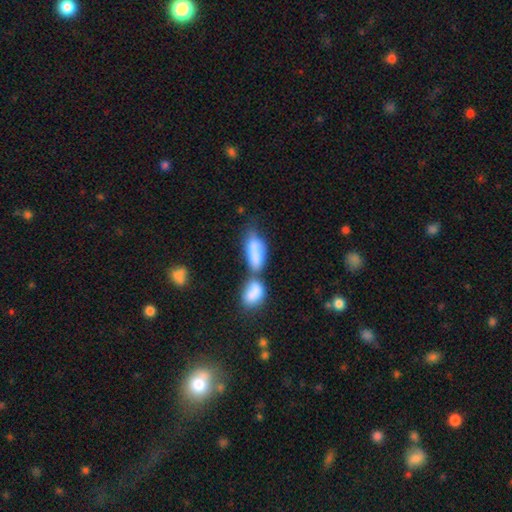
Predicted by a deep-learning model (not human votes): smooth 75%, featured or disk 18%, star or artifact 7%. Down the decision tree: how rounded — in between (80%); merging — merger (66%).